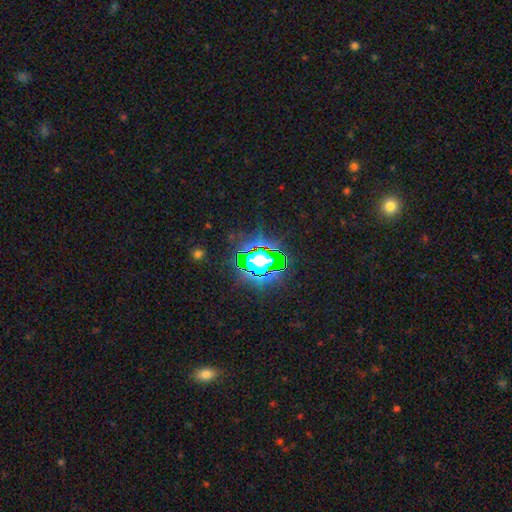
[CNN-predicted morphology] Q: Smooth or featured?
A: star or artifact (68%); runner-up: smooth (18%)